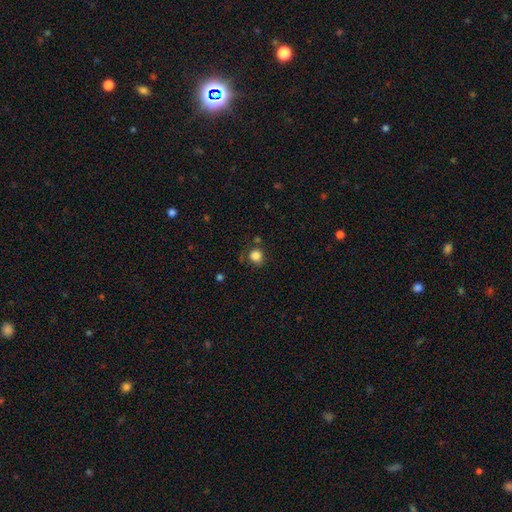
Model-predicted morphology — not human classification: type=smooth (84%); roundness=round (86%); merging=none (77%).